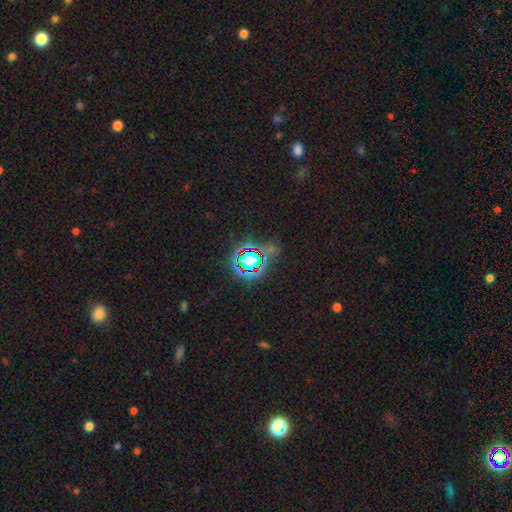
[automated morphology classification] type=star or artifact (78%).